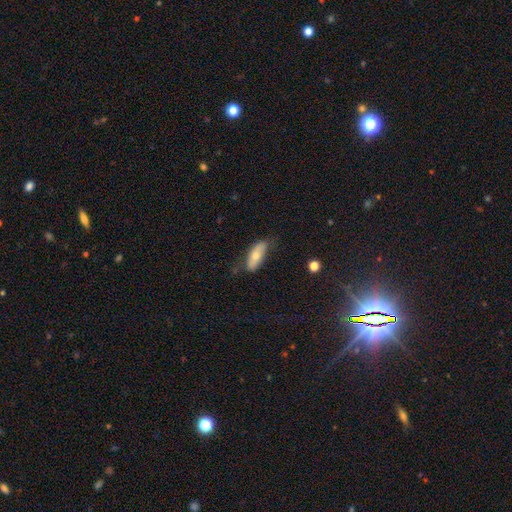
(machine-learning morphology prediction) Q: Smooth or featured?
A: smooth (61%); runner-up: featured or disk (33%)
Q: How rounded?
A: in between (70%); runner-up: cigar-shaped (27%)
Q: Merging?
A: none (67%); runner-up: minor disturbance (25%)